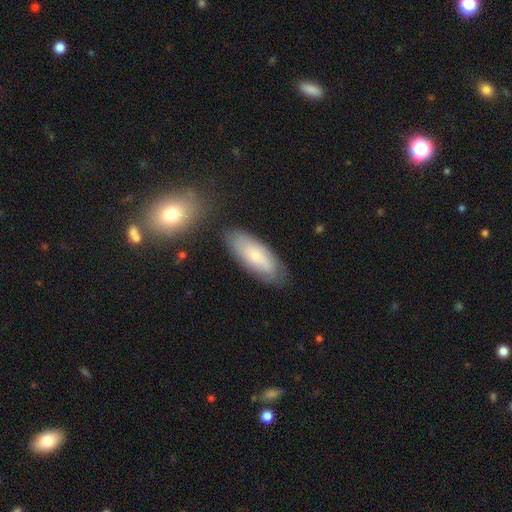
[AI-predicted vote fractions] This is possibly a smooth galaxy (58%). How rounded: likely in between (75%). Merging: likely none (77%).